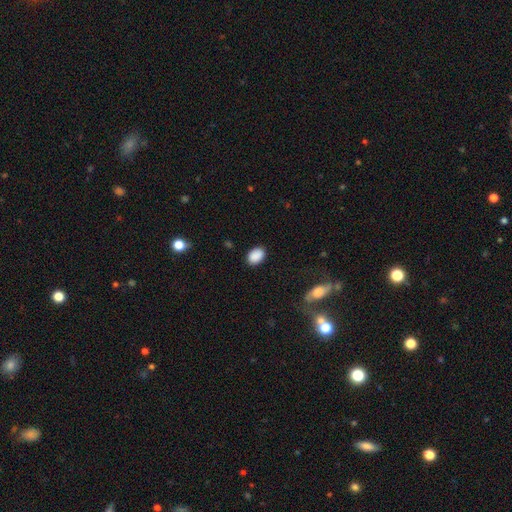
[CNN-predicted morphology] Smooth or featured? smooth (89%)
How rounded? in between (80%)
Merging? none (86%)